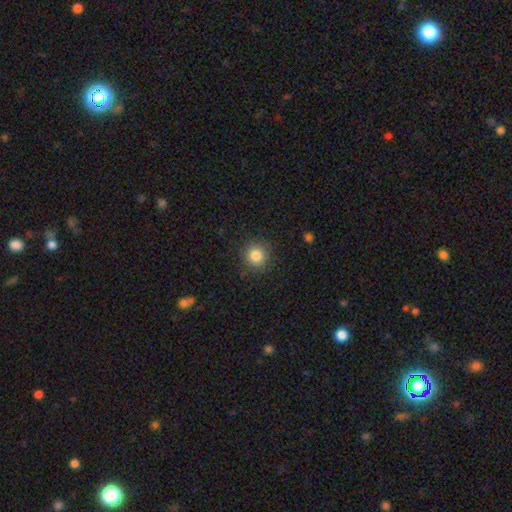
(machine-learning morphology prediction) Overall: smooth (84%). How rounded: round (93%). Merging: none (88%).